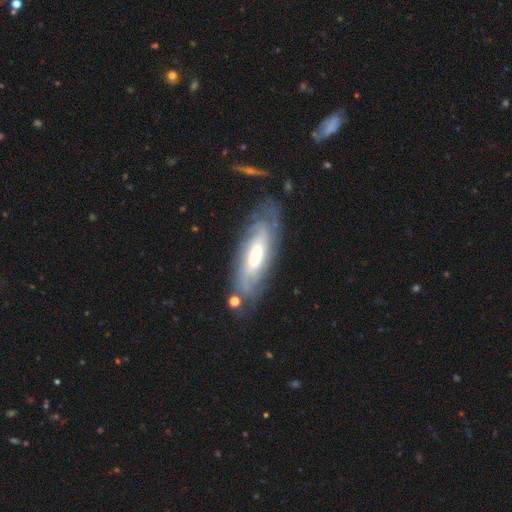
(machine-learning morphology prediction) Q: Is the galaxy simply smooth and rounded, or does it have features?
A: featured or disk — 72%.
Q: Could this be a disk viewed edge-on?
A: no — 82%.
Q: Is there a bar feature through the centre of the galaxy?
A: no — 57%.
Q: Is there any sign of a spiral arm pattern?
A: yes — 87%.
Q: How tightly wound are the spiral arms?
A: tight — 61%.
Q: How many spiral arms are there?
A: can't tell — 56%.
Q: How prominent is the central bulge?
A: moderate — 48%.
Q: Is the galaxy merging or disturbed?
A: none — 69%.